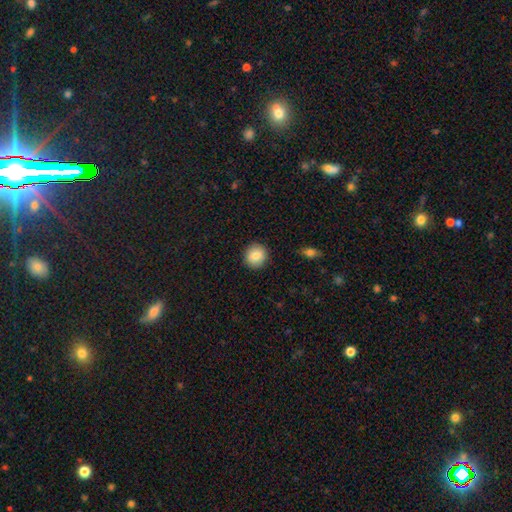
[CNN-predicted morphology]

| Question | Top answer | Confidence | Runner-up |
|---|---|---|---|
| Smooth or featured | smooth | 84% | star or artifact (8%) |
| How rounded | round | 90% | in between (9%) |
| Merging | none | 91% | minor disturbance (6%) |